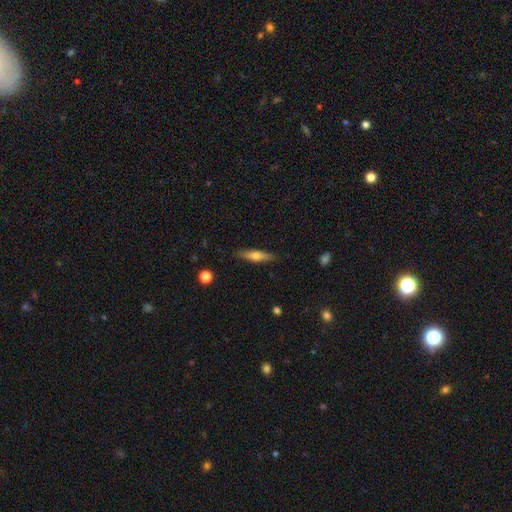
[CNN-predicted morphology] Overall: smooth (58%; featured or disk 36%). How rounded: cigar-shaped (78%). Merging: none (87%).